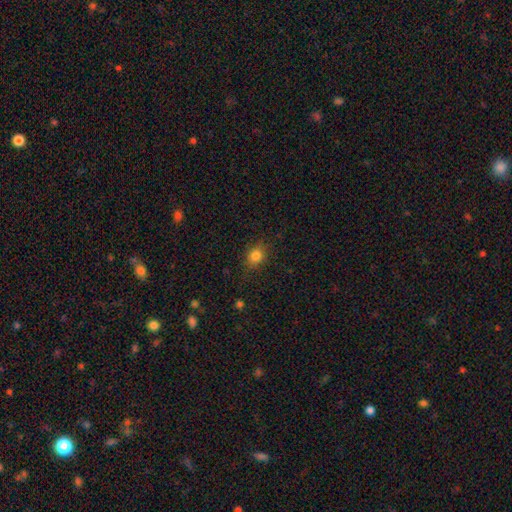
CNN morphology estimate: The model was most divided on "how rounded": round: 59%, in between: 40%, cigar-shaped: 1%. More confident: smooth or featured — smooth (82%); merging — none (81%).